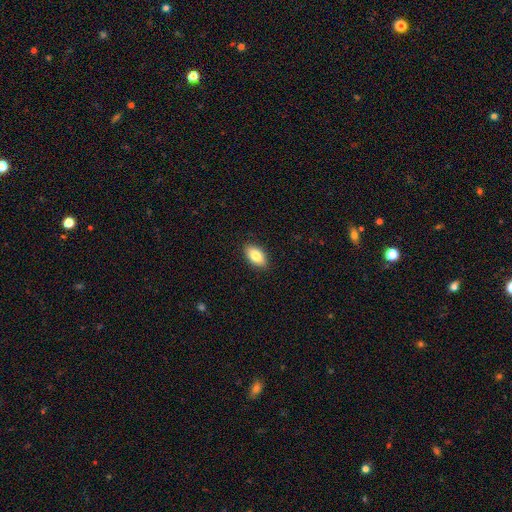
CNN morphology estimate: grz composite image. It shows a smooth galaxy with no disk features (81%) that is in between round and cigar-shaped (91%). Merging: none (89%).